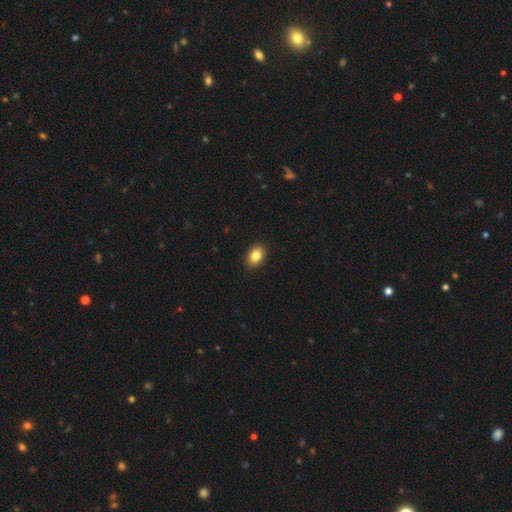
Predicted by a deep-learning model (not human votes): Smooth or featured? Predicted: smooth (p=0.85). How rounded? Predicted: in between (p=0.81). Merging? Predicted: none (p=0.90).